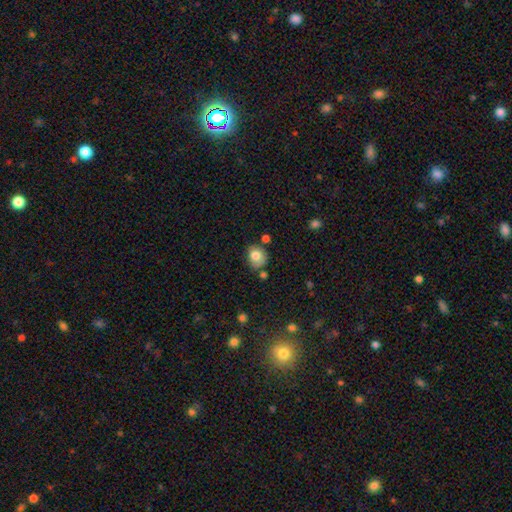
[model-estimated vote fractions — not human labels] A smooth galaxy with no disk features (78%) that is round (64%).

Vote fractions:
- Smooth or featured? smooth: 78% / featured or disk: 13% / star or artifact: 9%
- How rounded? round: 64% / in between: 35% / cigar-shaped: 1%
- Merging? none: 58% / minor disturbance: 25% / merger: 10% / major disturbance: 7%